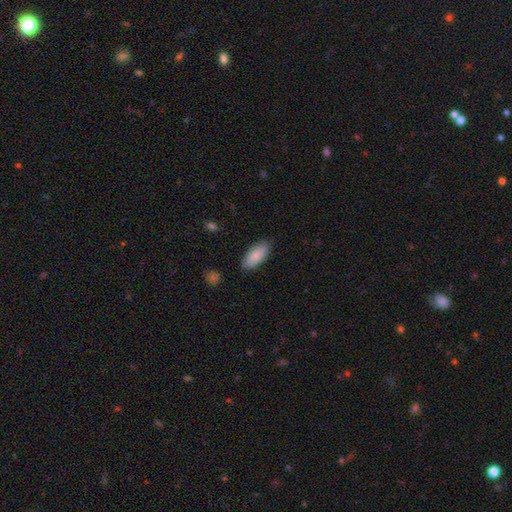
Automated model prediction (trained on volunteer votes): The model was most divided on "merging": none: 83%, minor disturbance: 13%, major disturbance: 2%, merger: 1%. More confident: how rounded — in between (88%); smooth or featured — smooth (85%).